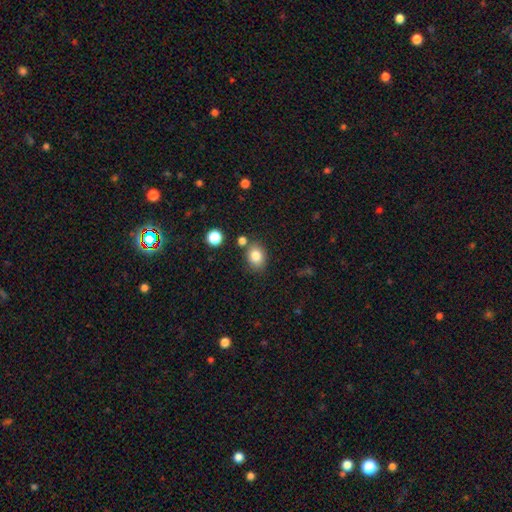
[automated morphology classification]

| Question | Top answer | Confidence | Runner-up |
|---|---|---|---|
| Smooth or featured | smooth | 83% | star or artifact (10%) |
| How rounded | in between | 54% | round (45%) |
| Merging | none | 77% | minor disturbance (12%) |